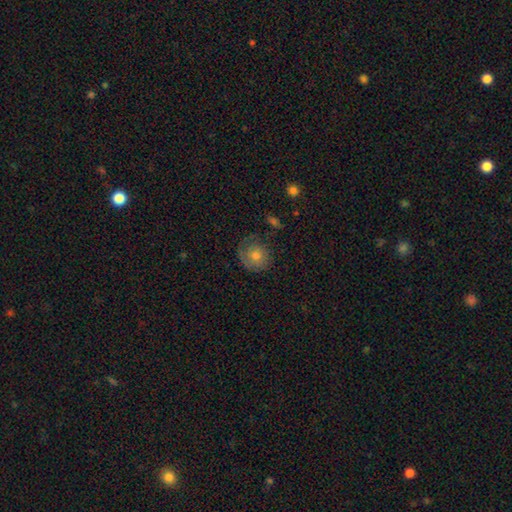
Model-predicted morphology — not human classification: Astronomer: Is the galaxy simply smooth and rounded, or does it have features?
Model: smooth — 55% (runner-up: featured or disk, 35%).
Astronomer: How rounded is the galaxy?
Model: round — 84%.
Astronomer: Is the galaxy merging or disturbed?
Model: none — 69%.